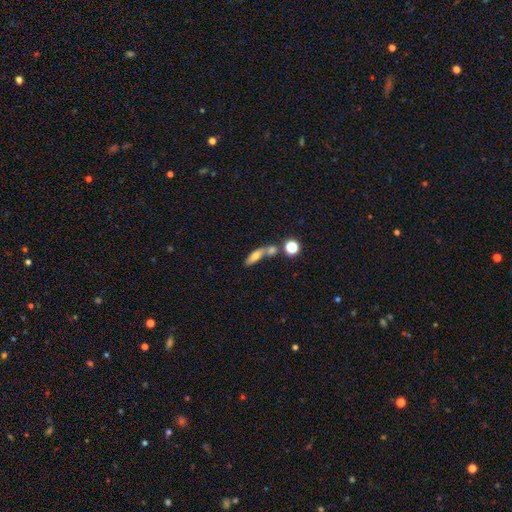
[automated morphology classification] Smooth or featured? Predicted: smooth (p=0.63). How rounded? Predicted: cigar-shaped (p=0.47). Merging? Predicted: none (p=0.42).